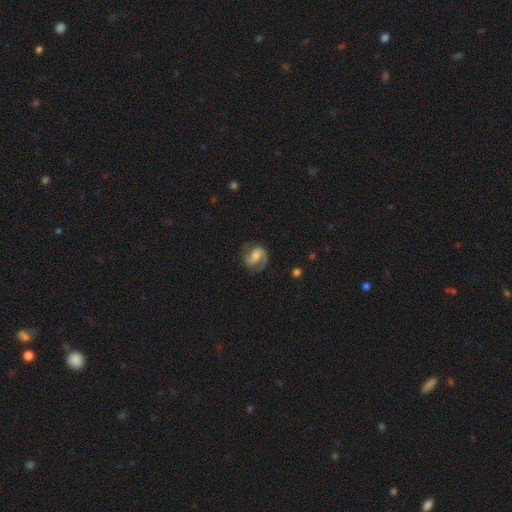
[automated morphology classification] Smooth or featured: featured or disk — 77% (smooth — 16%)
Edge-on disk: no — 98% (yes — 2%)
Bar: weak — 46% (no — 31%)
Spiral arms: yes — 94% (no — 6%)
Spiral winding: medium — 52% (loose — 25%)
Spiral arm count: 2 — 84% (1 — 8%)
Bulge size: moderate — 44% (small — 35%)
Merging: none — 71% (minor disturbance — 18%)